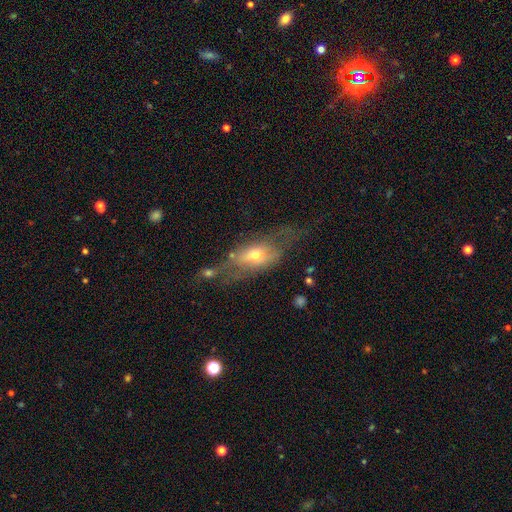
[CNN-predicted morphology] This is possibly a smooth galaxy (48%). Merging: marginally none (38%).